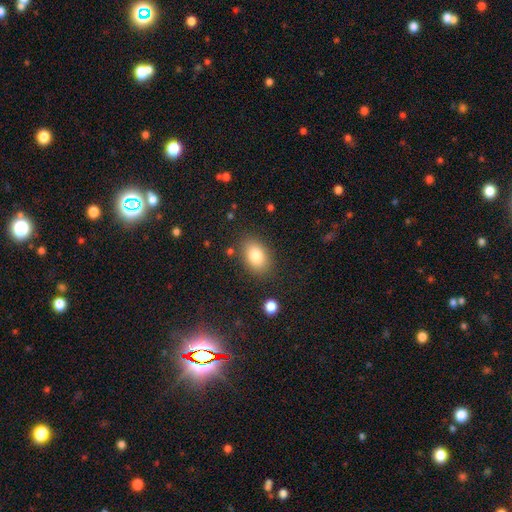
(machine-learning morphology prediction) A smooth galaxy with no disk features (82%) that is in between round and cigar-shaped (83%). Merging: none (83%).